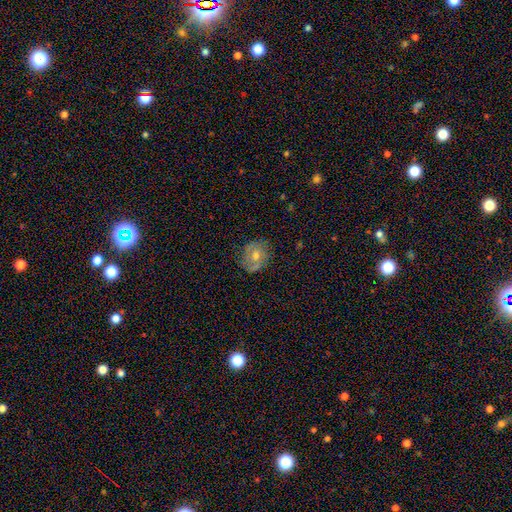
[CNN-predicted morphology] Smooth or featured? featured or disk (47%)
Merging? none (76%)